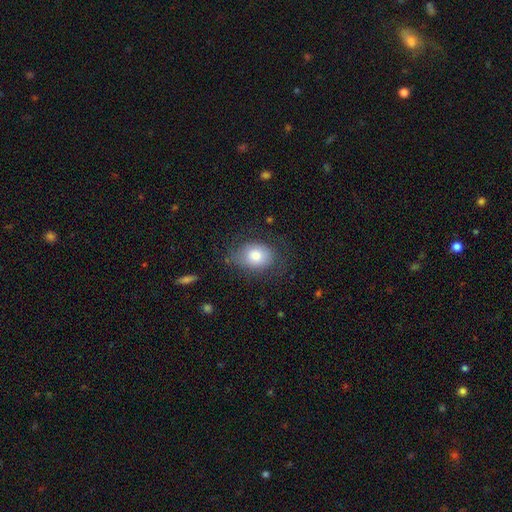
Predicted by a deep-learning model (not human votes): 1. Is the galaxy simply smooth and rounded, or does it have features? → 75% smooth, 16% featured or disk, 9% star or artifact.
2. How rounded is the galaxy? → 65% in between, 34% round, 1% cigar-shaped.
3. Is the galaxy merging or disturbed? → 64% none, 23% minor disturbance, 11% major disturbance, 1% merger.